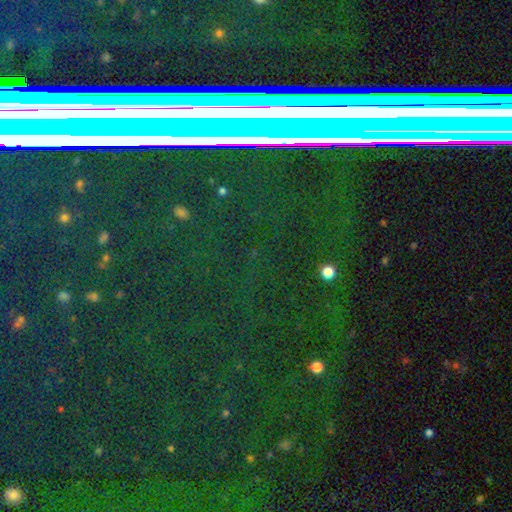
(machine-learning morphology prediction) Smooth or featured? star or artifact (74%)